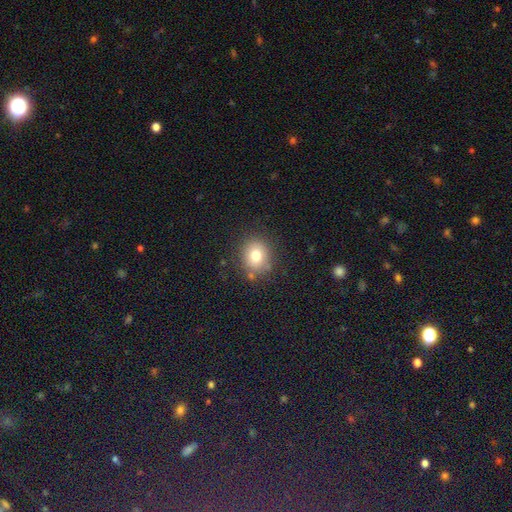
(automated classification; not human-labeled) This is likely a smooth galaxy (78%). How rounded: likely round (69%). Merging: clearly none (82%).